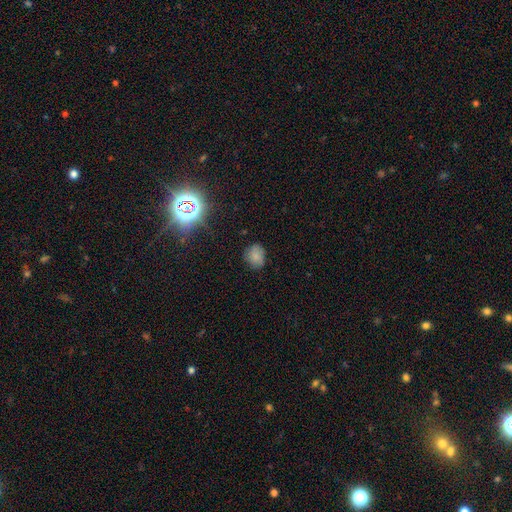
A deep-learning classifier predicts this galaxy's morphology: smooth 77%, star or artifact 15%, featured or disk 7%. Down the decision tree: how rounded — round (56%); merging — none (77%).